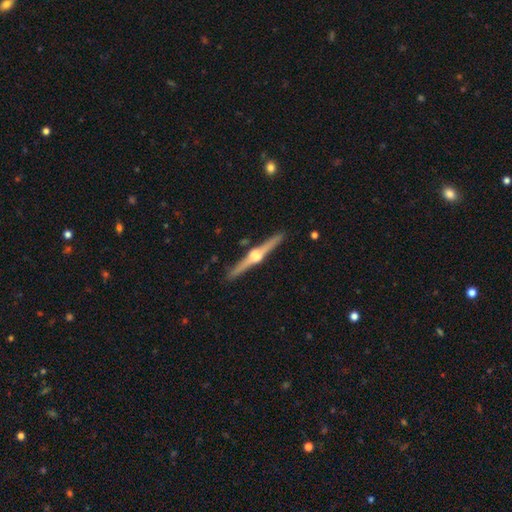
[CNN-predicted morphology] This appears to be a featured or disk galaxy (85%) viewed edge-on (99%) with a rounded central bulge (95%). Merging: none (91%).